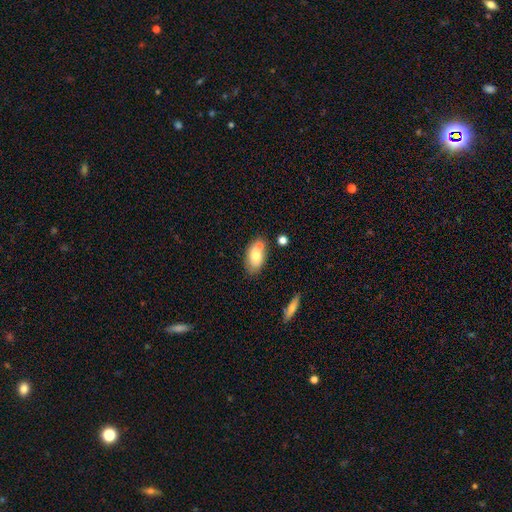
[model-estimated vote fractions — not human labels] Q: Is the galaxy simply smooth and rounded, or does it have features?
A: smooth — 69%.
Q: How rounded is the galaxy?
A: in between — 88%.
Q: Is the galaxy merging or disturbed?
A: none — 56%.